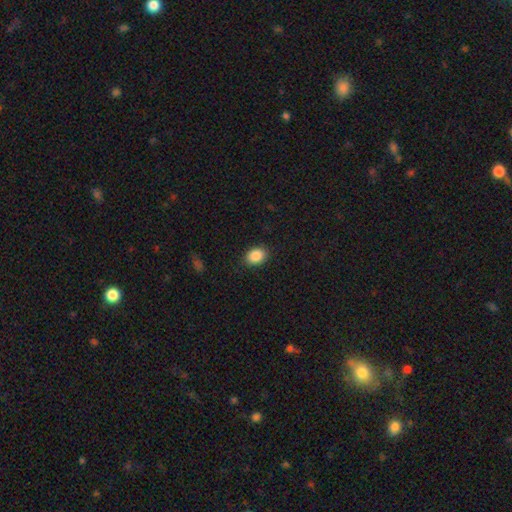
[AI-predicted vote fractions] Smooth or featured?
  - smooth: 88% *
  - star or artifact: 8%
  - featured or disk: 4%
How rounded?
  - in between: 75% *
  - round: 24%
  - cigar-shaped: 1%
Merging?
  - none: 88% *
  - minor disturbance: 9%
  - major disturbance: 2%
  - merger: 1%